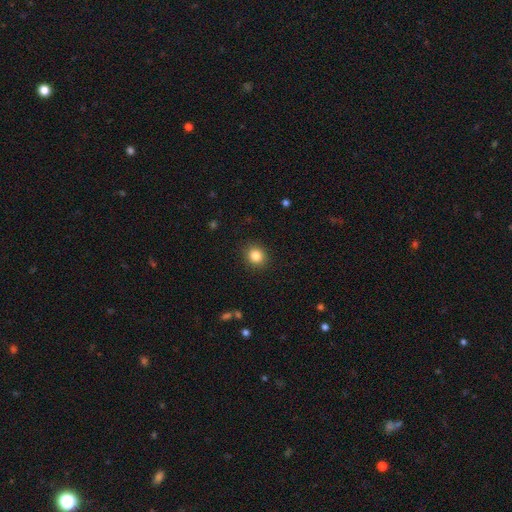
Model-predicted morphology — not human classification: smooth 84%, star or artifact 11%, featured or disk 5%. Down the decision tree: how rounded — round (81%); merging — none (90%).